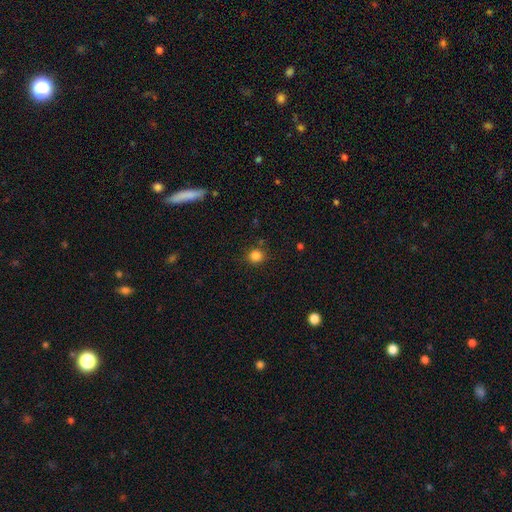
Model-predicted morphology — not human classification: Smooth or featured? smooth (84%)
How rounded? round (89%)
Merging? none (86%)